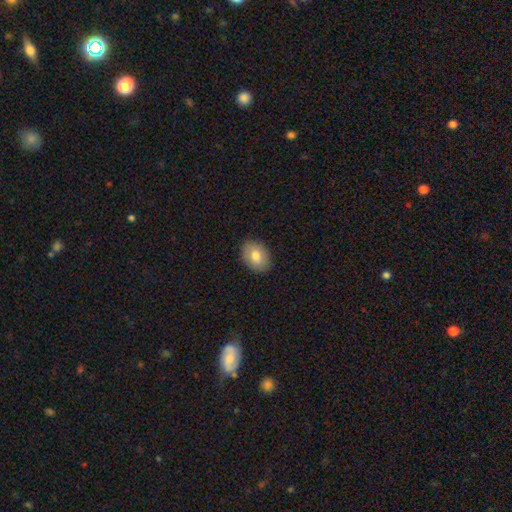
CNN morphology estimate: smooth_or_featured: smooth (p=0.78) [alt: featured or disk p=0.14]
how_rounded: in between (p=0.75) [alt: round p=0.24]
merging: none (p=0.89) [alt: minor disturbance p=0.08]